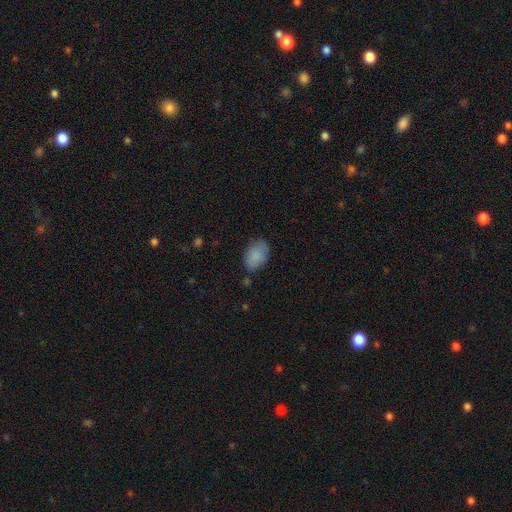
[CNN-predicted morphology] This appears to be a smooth galaxy with no disk features (87%) that is in between round and cigar-shaped (89%). Merging: none (76%).